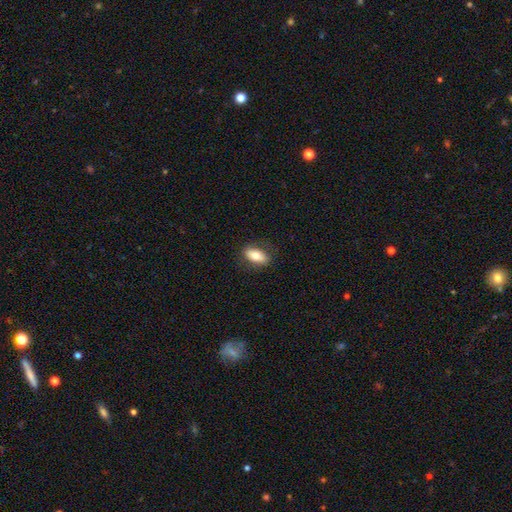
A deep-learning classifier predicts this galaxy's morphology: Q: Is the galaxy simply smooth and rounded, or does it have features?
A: smooth — 72%.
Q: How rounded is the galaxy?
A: in between — 86%.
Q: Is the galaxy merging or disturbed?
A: none — 81%.